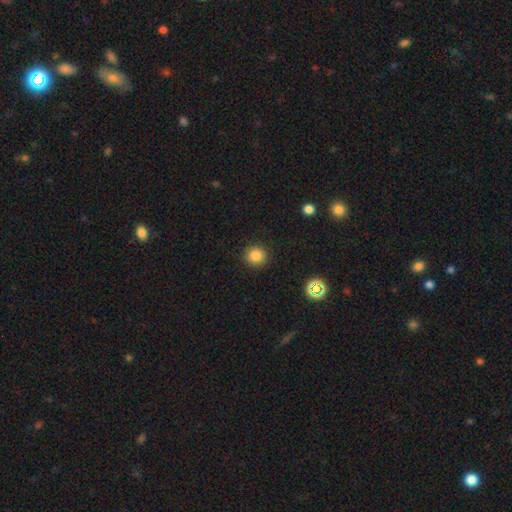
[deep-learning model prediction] Smooth or featured? smooth (83%)
How rounded? round (91%)
Merging? none (91%)